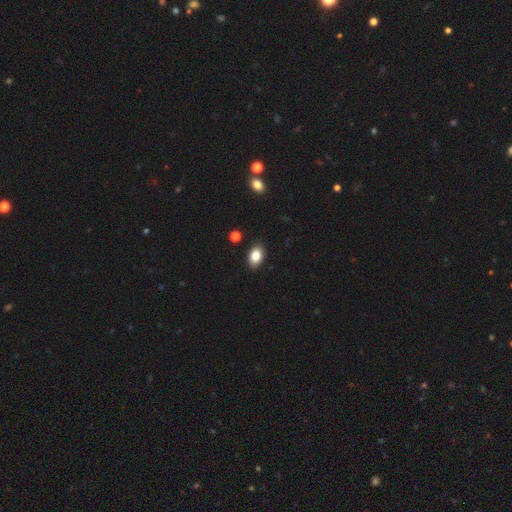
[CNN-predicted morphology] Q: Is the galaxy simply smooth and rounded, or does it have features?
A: smooth — 83%.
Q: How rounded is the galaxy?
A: in between — 86%.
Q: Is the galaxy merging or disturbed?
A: none — 89%.